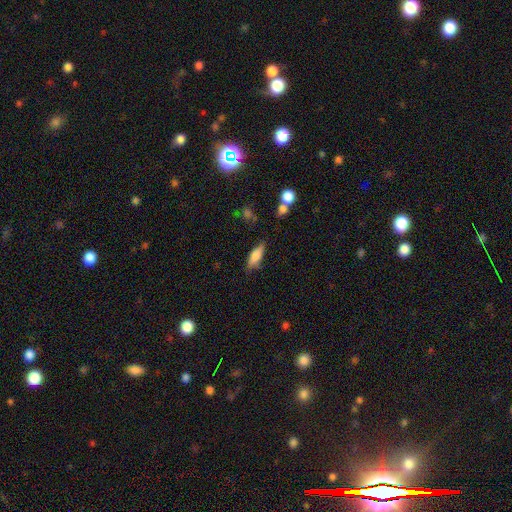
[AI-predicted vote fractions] This is likely a smooth galaxy (75%). How rounded: possibly in between (55%). Merging: likely none (73%).